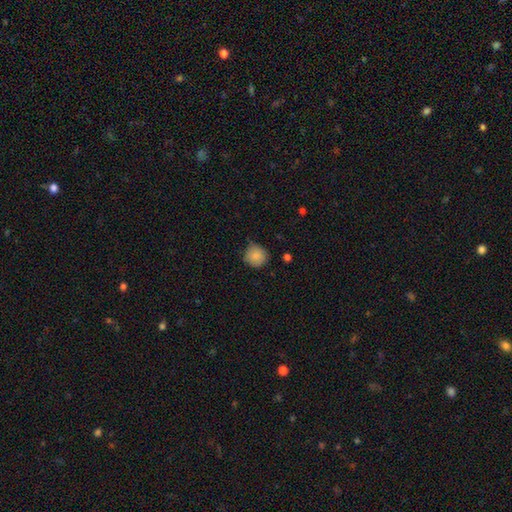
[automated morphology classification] Overall: smooth (86%). How rounded: round (92%). Merging: none (73%).